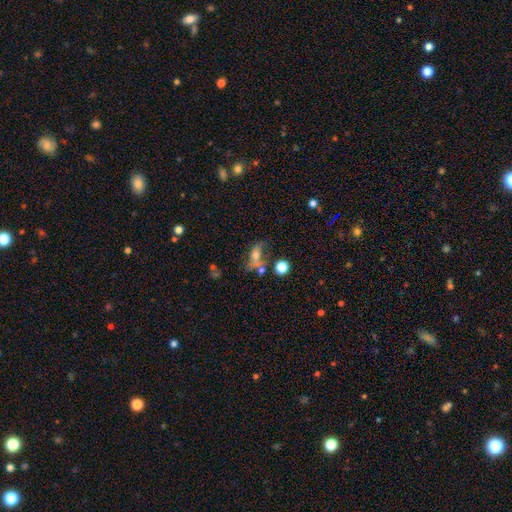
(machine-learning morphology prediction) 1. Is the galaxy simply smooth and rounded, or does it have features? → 54% smooth, 31% featured or disk, 15% star or artifact.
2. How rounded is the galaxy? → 68% in between, 17% round, 15% cigar-shaped.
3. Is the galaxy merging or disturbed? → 38% none, 21% merger, 21% minor disturbance, 20% major disturbance.